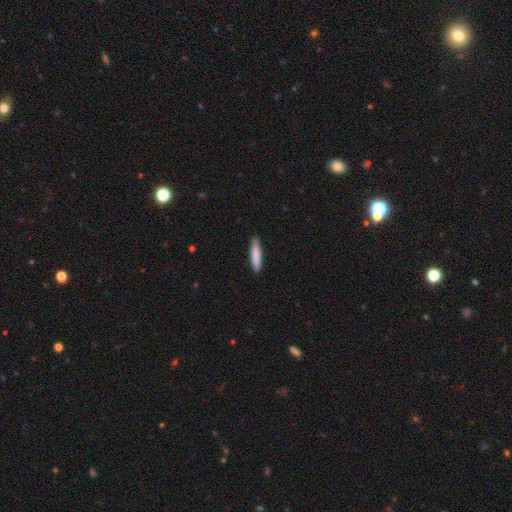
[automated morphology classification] smooth-or-featured: smooth: 84% | featured or disk: 10% | star or artifact: 5%
  how-rounded: cigar-shaped: 87% | in between: 12% | round: 1%
  merging: none: 87% | minor disturbance: 10% | major disturbance: 1% | merger: 1%